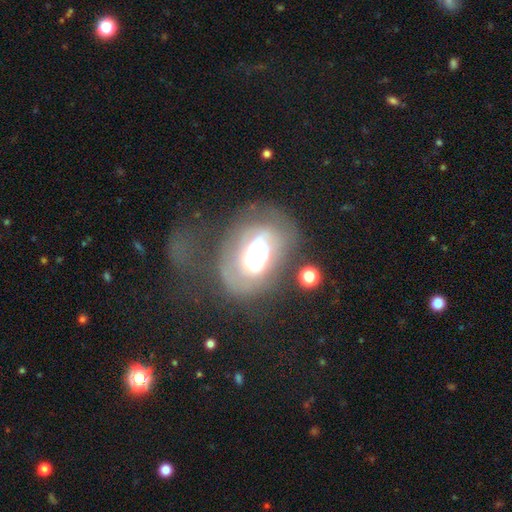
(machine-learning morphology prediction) Smooth or featured: featured or disk — 60% (smooth — 29%)
Edge-on disk: no — 95% (yes — 5%)
Bar: no — 76% (weak — 17%)
Spiral arms: yes — 59% (no — 41%)
Bulge size: large — 38% (dominant — 21%)
Merging: major disturbance — 46% (none — 27%)